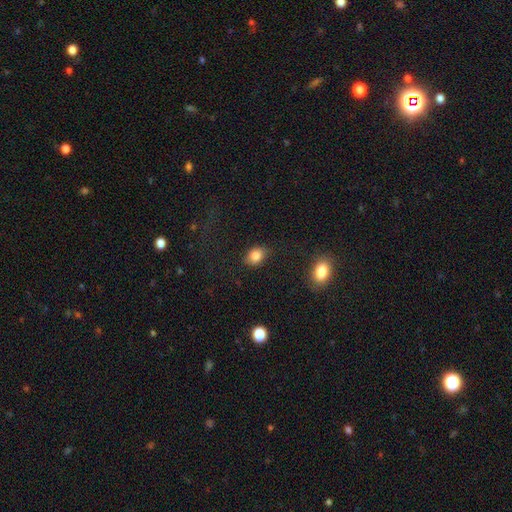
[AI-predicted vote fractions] This is clearly a smooth galaxy (84%). How rounded: likely in between (64%). Merging: likely none (75%).